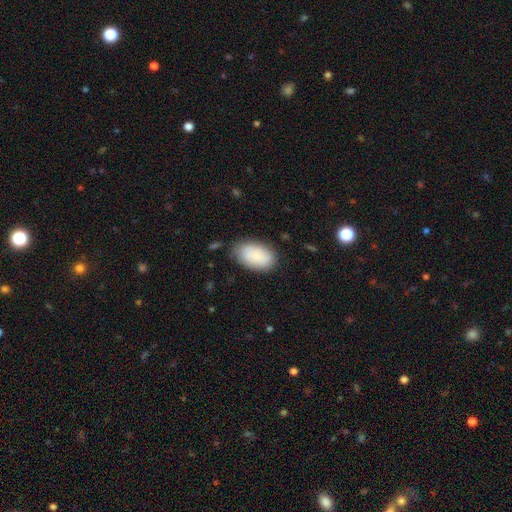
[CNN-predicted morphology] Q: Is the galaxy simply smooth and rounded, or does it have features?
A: smooth — 83%.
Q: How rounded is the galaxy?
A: in between — 93%.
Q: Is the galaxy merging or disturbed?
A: none — 78%.